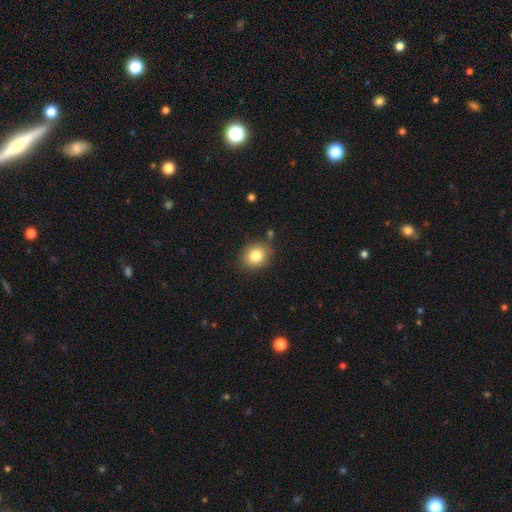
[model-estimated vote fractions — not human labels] smooth_or_featured: smooth (p=0.82) [alt: star or artifact p=0.10]
how_rounded: round (p=0.64) [alt: in between p=0.35]
merging: none (p=0.81) [alt: minor disturbance p=0.13]